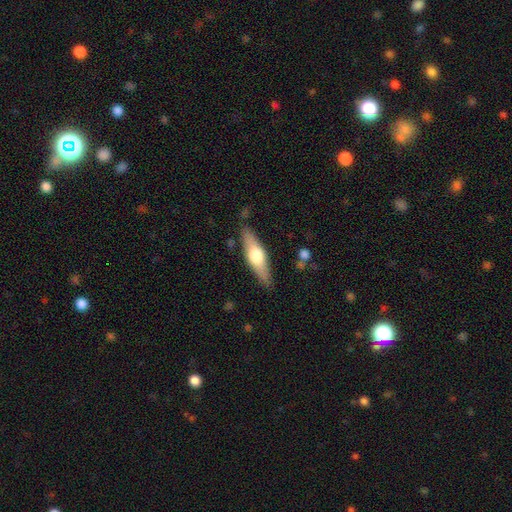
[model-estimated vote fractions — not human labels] This appears to be a featured or disk galaxy (50%). Merging: none (84%).